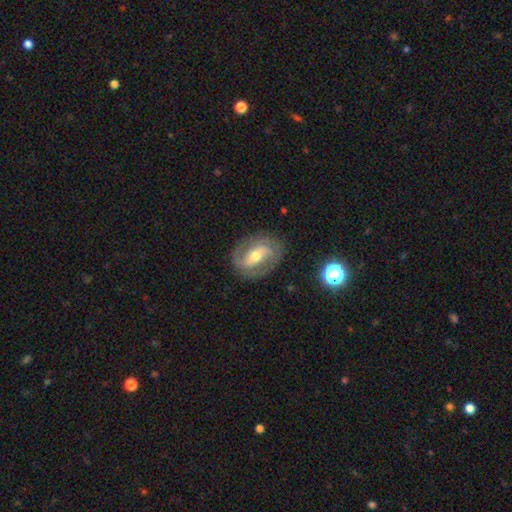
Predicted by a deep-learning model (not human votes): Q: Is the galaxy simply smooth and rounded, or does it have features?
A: featured or disk — 77%.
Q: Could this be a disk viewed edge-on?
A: no — 95%.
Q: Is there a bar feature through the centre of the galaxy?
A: strong — 40%.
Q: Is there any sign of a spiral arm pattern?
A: yes — 84%.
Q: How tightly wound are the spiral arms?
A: medium — 45%.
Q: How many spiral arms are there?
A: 2 — 82%.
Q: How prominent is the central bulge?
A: moderate — 63%.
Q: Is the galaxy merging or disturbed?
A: none — 80%.